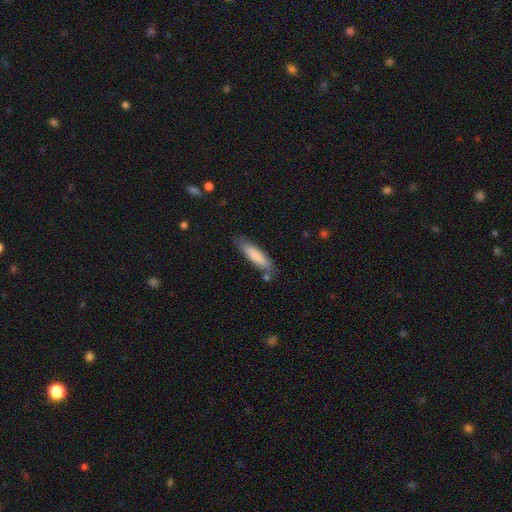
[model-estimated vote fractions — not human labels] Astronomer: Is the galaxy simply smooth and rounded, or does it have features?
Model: smooth — 83%.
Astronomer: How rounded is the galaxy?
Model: cigar-shaped — 75%.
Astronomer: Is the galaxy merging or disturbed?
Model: none — 78%.